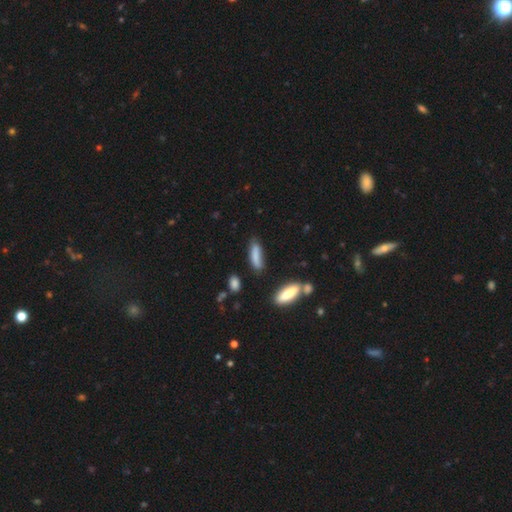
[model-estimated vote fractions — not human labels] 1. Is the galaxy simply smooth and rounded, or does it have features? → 80% smooth, 13% featured or disk, 8% star or artifact.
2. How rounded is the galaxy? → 65% cigar-shaped, 33% in between, 2% round.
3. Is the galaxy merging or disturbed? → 64% none, 23% minor disturbance, 7% merger, 6% major disturbance.